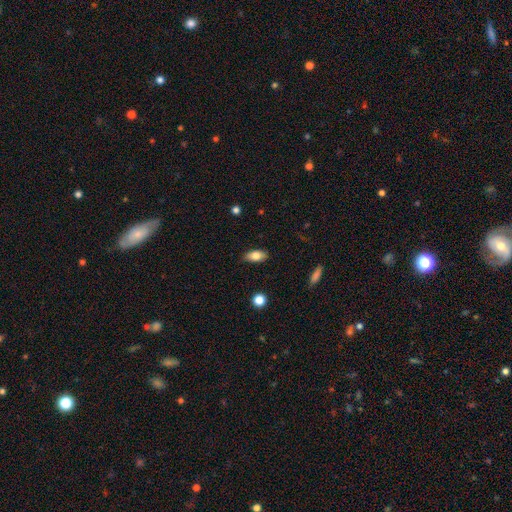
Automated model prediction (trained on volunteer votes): Smooth or featured? Predicted: smooth (p=0.79). How rounded? Predicted: in between (p=0.88). Merging? Predicted: none (p=0.83).